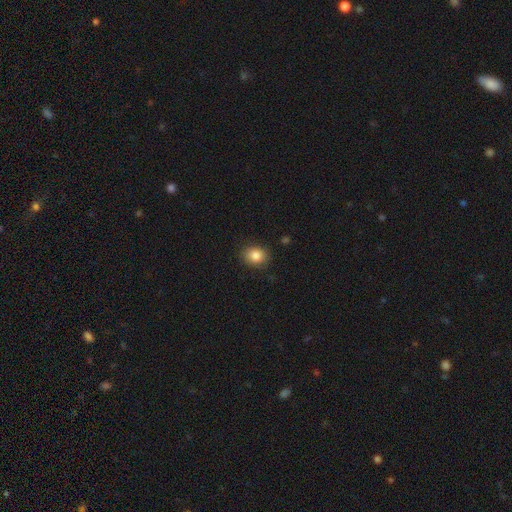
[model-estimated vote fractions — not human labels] smooth-or-featured: smooth: 85% | star or artifact: 9% | featured or disk: 6%
  how-rounded: round: 52% | in between: 47% | cigar-shaped: 1%
  merging: none: 86% | minor disturbance: 11% | major disturbance: 3% | merger: 1%